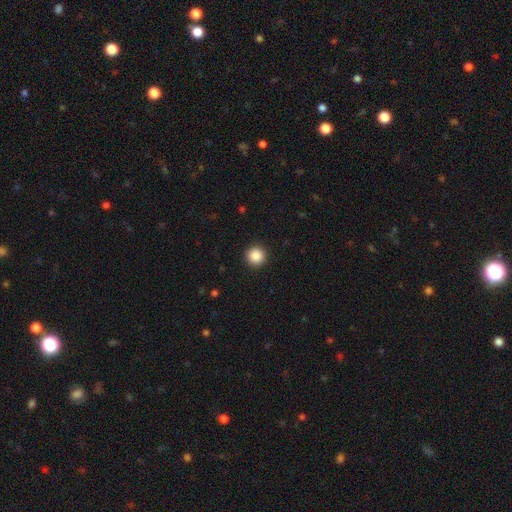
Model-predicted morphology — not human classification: A smooth galaxy with no disk features (88%) that is round (96%). Merging: none (93%).